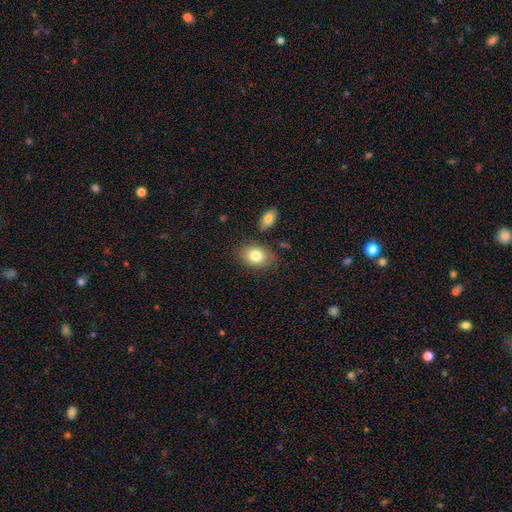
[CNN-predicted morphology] This is clearly a smooth galaxy (81%). How rounded: likely in between (77%). Merging: likely none (78%).